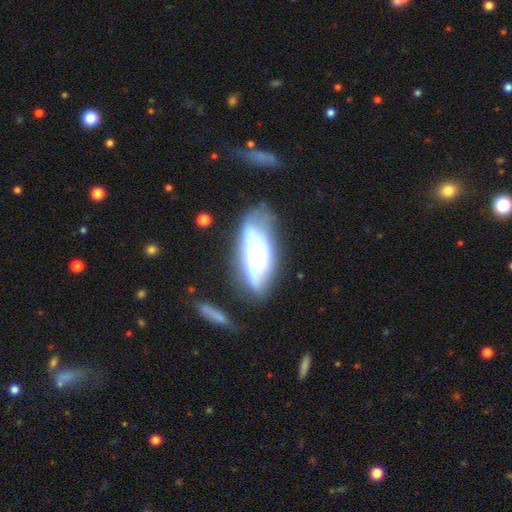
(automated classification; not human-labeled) The model was most divided on "smooth or featured": featured or disk: 56%, smooth: 36%, star or artifact: 8%. Remaining: edge-on disk — no (82%); merging — none (47%).